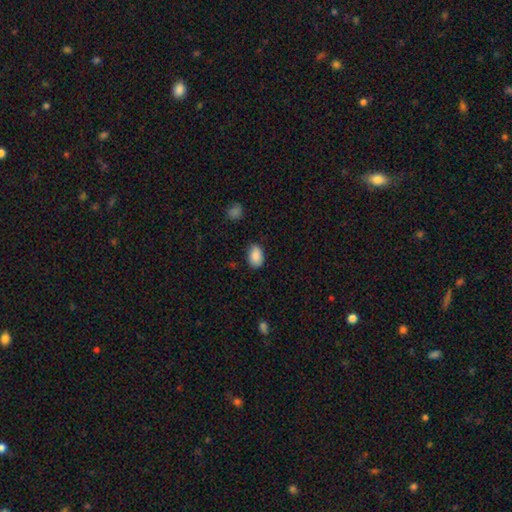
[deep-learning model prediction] Smooth or featured: smooth — 89% (star or artifact — 8%)
How rounded: in between — 87% (round — 12%)
Merging: none — 81% (minor disturbance — 14%)